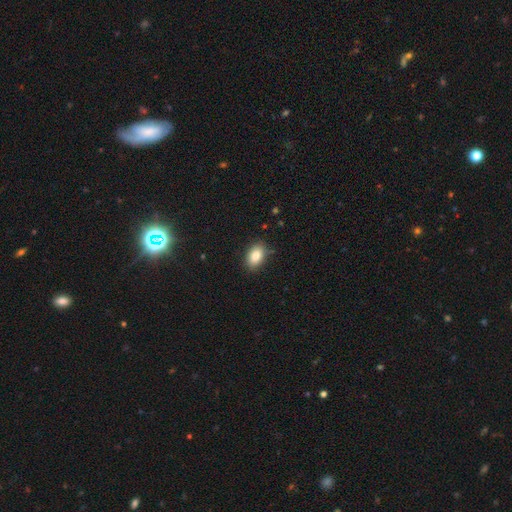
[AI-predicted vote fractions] Morphology: type=smooth (86%); roundness=in between (88%); merging=none (86%).